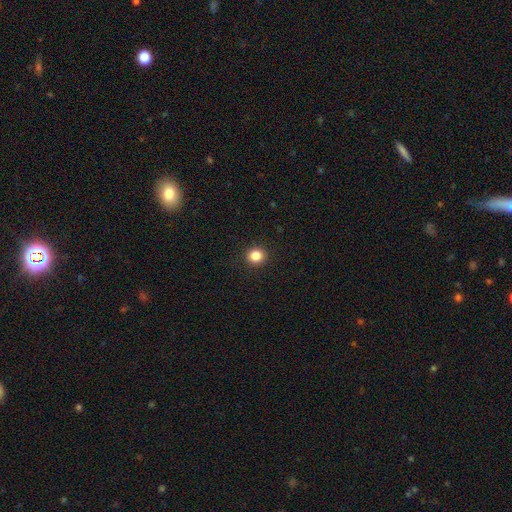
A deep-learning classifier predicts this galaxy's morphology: This is clearly a smooth galaxy (84%). How rounded: clearly round (89%). Merging: clearly none (93%).